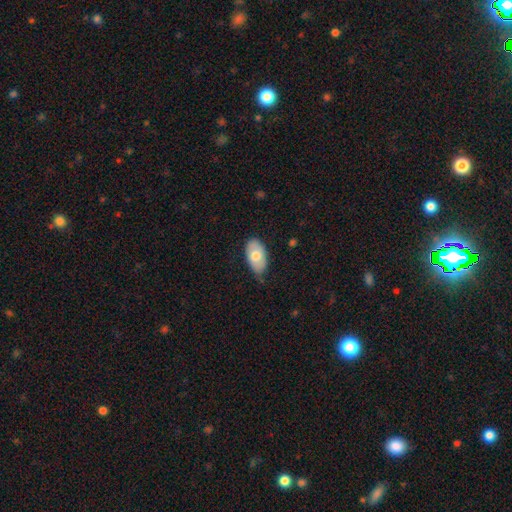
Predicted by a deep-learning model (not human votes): smooth-or-featured: smooth: 71% | featured or disk: 23% | star or artifact: 6%
  how-rounded: in between: 94% | round: 4% | cigar-shaped: 2%
  merging: none: 70% | minor disturbance: 25% | major disturbance: 4% | merger: 1%